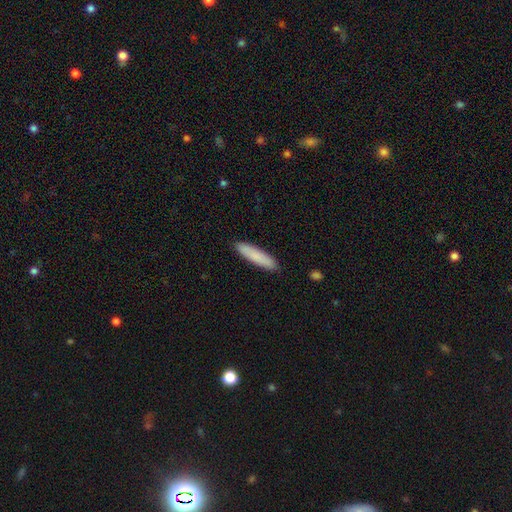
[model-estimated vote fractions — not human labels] A smooth galaxy with no disk features (85%) that is cigar-shaped (83%).

Vote fractions:
- Smooth or featured? smooth: 85% / featured or disk: 10% / star or artifact: 6%
- How rounded? cigar-shaped: 83% / in between: 15% / round: 1%
- Merging? none: 90% / minor disturbance: 7% / major disturbance: 1% / merger: 1%